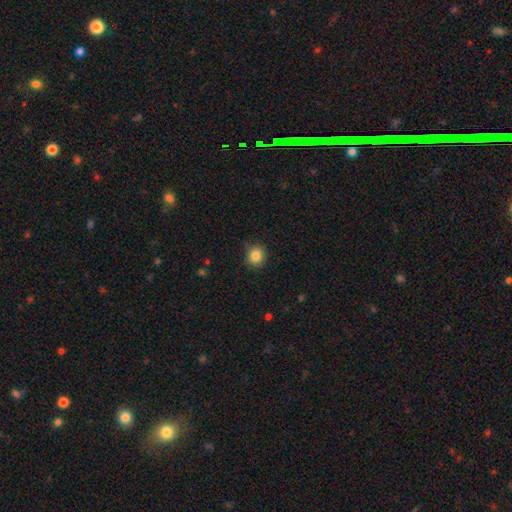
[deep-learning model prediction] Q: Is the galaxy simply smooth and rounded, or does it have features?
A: smooth — 85%.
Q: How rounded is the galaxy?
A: round — 85%.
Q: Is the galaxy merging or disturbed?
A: none — 87%.